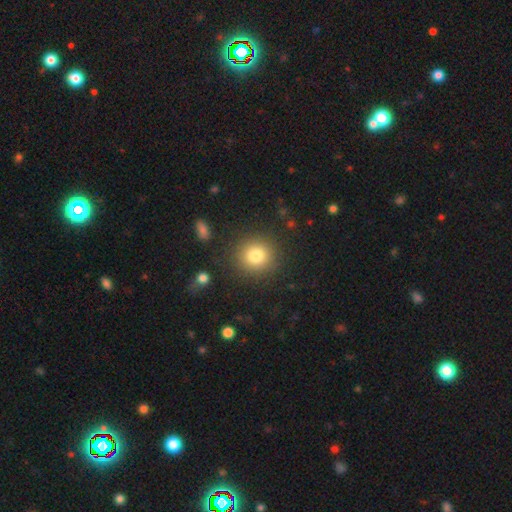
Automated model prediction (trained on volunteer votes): smooth 81%, star or artifact 11%, featured or disk 8%. Down the decision tree: how rounded — round (90%); merging — none (87%).